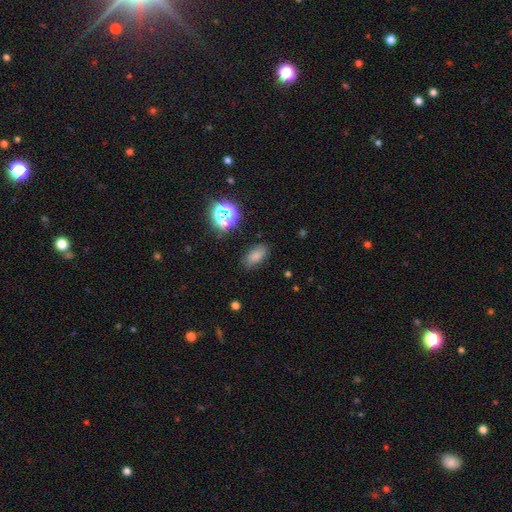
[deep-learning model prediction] Smooth or featured: smooth — 75% (star or artifact — 16%)
How rounded: in between — 89% (round — 6%)
Merging: none — 80% (minor disturbance — 14%)